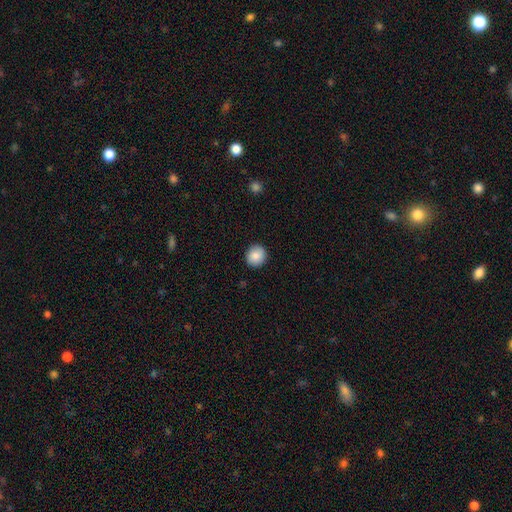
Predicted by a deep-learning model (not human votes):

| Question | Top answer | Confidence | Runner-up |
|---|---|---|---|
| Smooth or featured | smooth | 87% | star or artifact (8%) |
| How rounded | round | 87% | in between (12%) |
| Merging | none | 90% | minor disturbance (7%) |